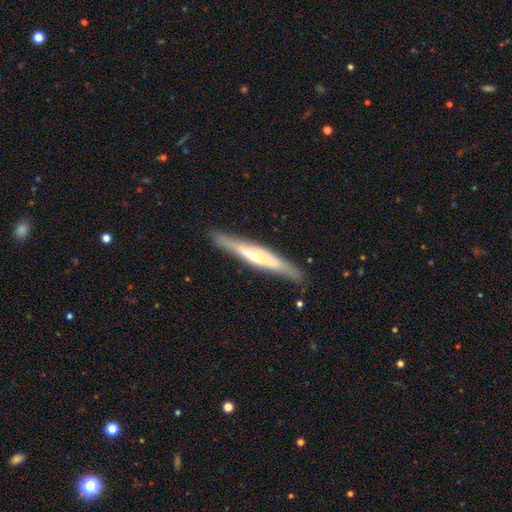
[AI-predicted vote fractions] Smooth or featured: featured or disk — 57% (smooth — 37%)
Edge-on disk: yes — 91% (no — 9%)
Edge-on bulge: rounded — 47% (none — 34%)
Merging: none — 86% (minor disturbance — 11%)